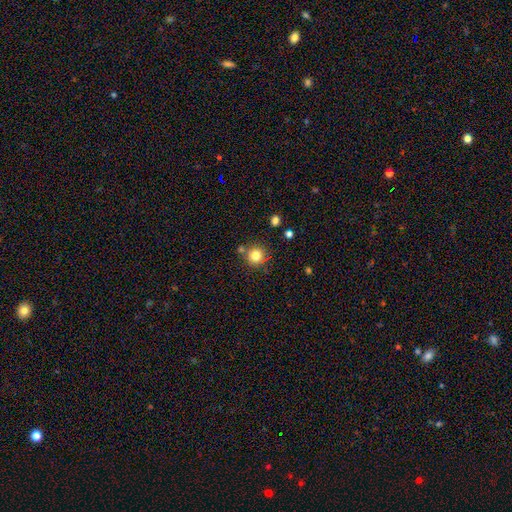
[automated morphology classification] type=smooth (81%); roundness=round (92%); merging=none (74%).